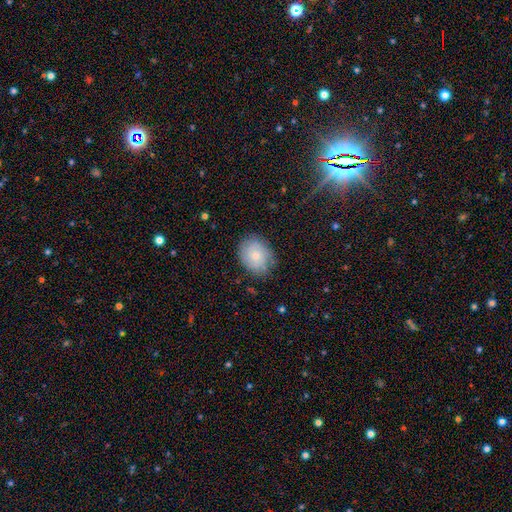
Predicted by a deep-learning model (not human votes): A smooth galaxy with no disk features (68%) that is in between round and cigar-shaped (52%).

Vote fractions:
- Smooth or featured? smooth: 68% / featured or disk: 24% / star or artifact: 8%
- How rounded? in between: 52% / round: 48% / cigar-shaped: 1%
- Merging? none: 78% / minor disturbance: 17% / major disturbance: 4% / merger: 1%